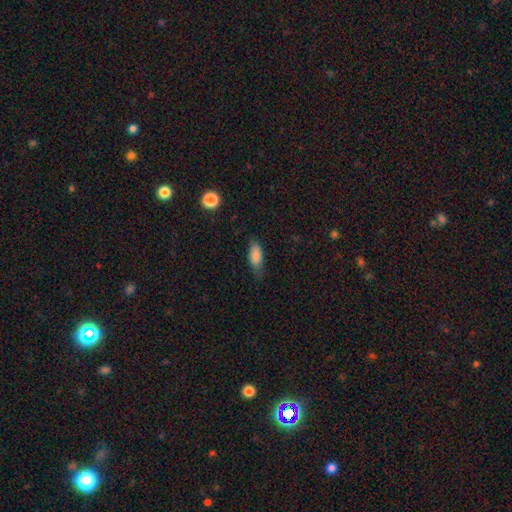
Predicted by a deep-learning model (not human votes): This is clearly a smooth galaxy (84%). How rounded: clearly in between (80%). Merging: likely none (65%).